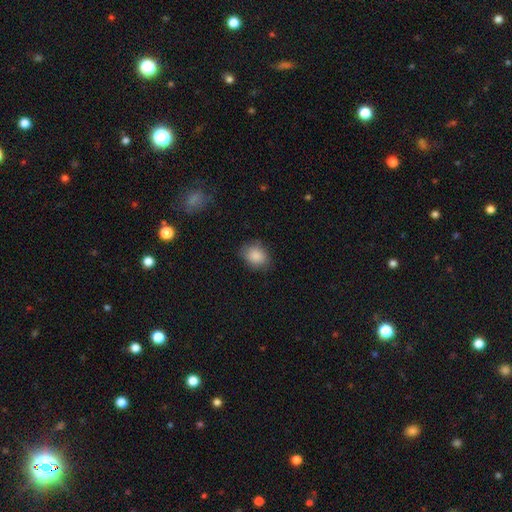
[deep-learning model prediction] The model was most divided on "how rounded": in between: 57%, round: 42%, cigar-shaped: 1%. More confident: smooth or featured — smooth (87%); merging — none (79%).